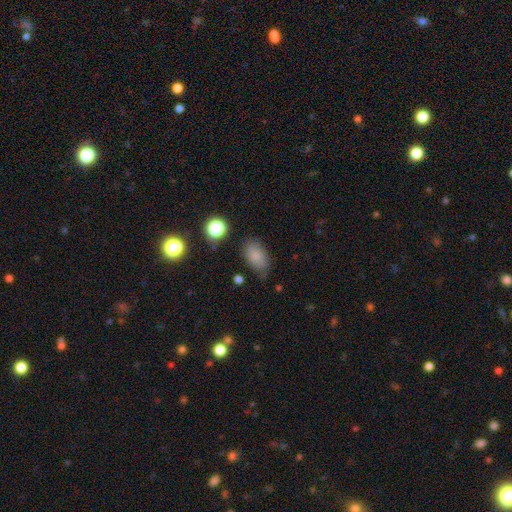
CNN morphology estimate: Q: Smooth or featured?
A: smooth (82%); runner-up: star or artifact (11%)
Q: How rounded?
A: in between (89%); runner-up: round (9%)
Q: Merging?
A: none (72%); runner-up: minor disturbance (20%)